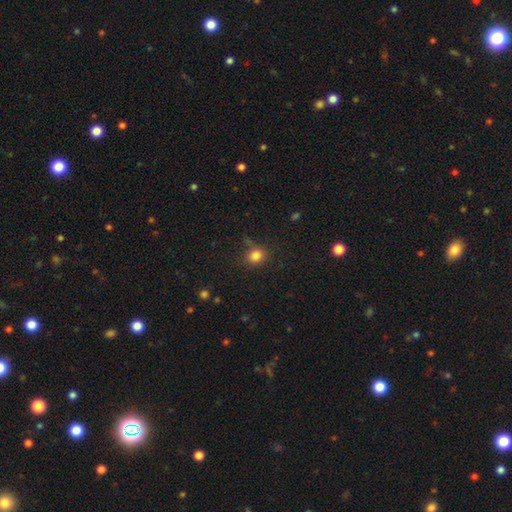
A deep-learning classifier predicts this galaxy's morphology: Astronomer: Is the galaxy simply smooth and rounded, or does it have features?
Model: smooth — 81%.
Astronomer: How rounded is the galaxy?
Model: round — 77%.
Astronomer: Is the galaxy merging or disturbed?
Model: none — 72%.